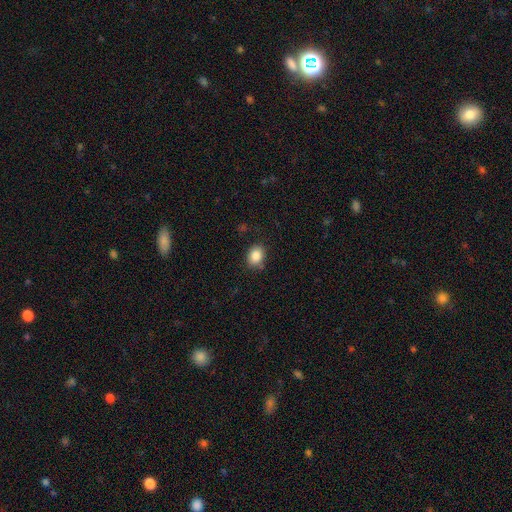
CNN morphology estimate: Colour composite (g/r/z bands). It shows a smooth galaxy with no disk features (87%) that is in between round and cigar-shaped (58%). Merging: none (80%).